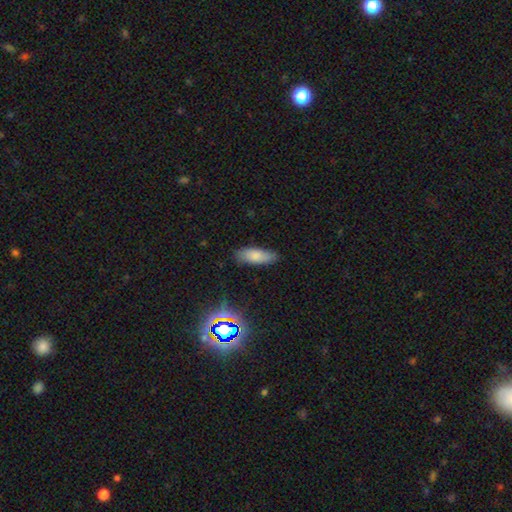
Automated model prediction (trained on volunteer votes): smooth-or-featured: smooth: 78% | featured or disk: 12% | star or artifact: 10%
  how-rounded: in between: 67% | cigar-shaped: 30% | round: 2%
  merging: none: 81% | minor disturbance: 15% | major disturbance: 3% | merger: 1%